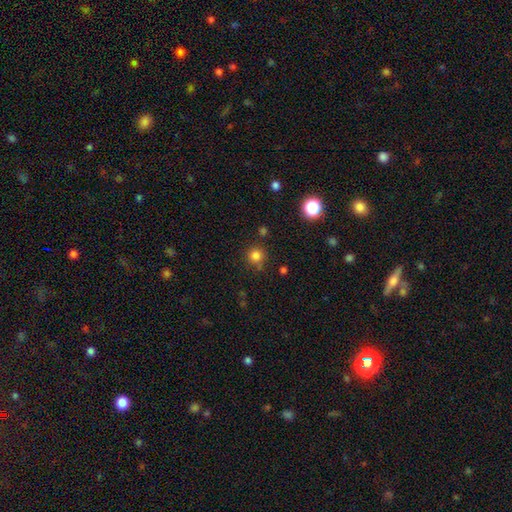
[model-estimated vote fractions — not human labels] Smooth or featured? Predicted: smooth (p=0.80). How rounded? Predicted: round (p=0.94). Merging? Predicted: none (p=0.81).